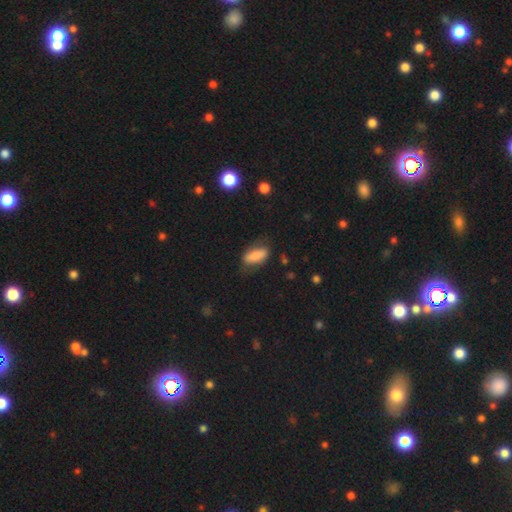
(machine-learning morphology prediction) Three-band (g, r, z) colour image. It shows a smooth galaxy with no disk features (79%) that is in between round and cigar-shaped (83%). Merging: none (64%).